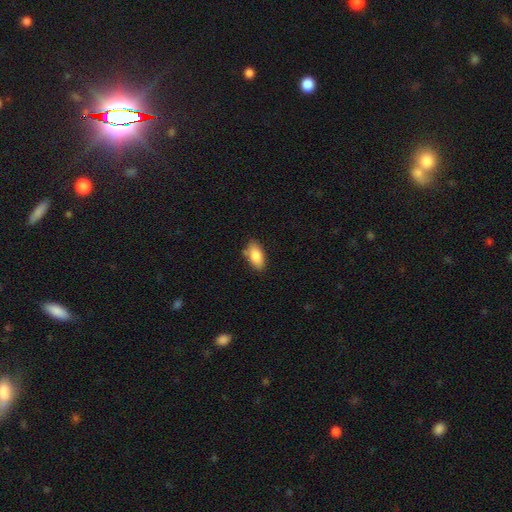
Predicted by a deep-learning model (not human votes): This appears to be a smooth galaxy with no disk features (85%) that is in between round and cigar-shaped (91%). Merging: none (76%).